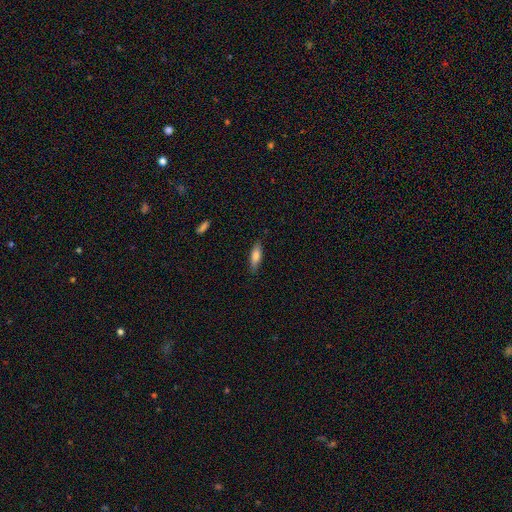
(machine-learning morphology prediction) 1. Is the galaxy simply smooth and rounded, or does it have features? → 76% smooth, 18% featured or disk, 7% star or artifact.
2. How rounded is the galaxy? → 49% in between (tied), 49% cigar-shaped (tied), 2% round.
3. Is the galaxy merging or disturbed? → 84% none, 12% minor disturbance, 2% major disturbance, 1% merger.